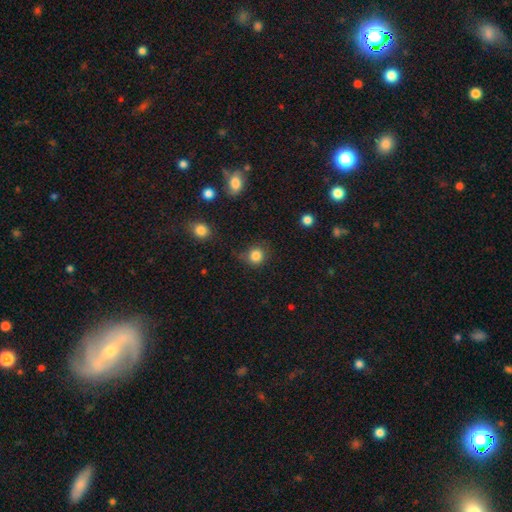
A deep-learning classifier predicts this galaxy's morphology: Smooth or featured?
  - smooth: 84% *
  - star or artifact: 11%
  - featured or disk: 4%
How rounded?
  - round: 87% *
  - in between: 12%
  - cigar-shaped: 1%
Merging?
  - none: 77% *
  - minor disturbance: 16%
  - major disturbance: 4%
  - merger: 3%